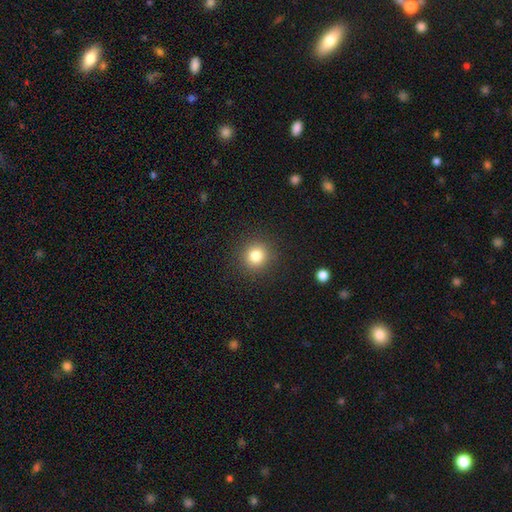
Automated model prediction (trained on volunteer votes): Morphology: type=smooth (81%); roundness=round (92%); merging=none (91%).